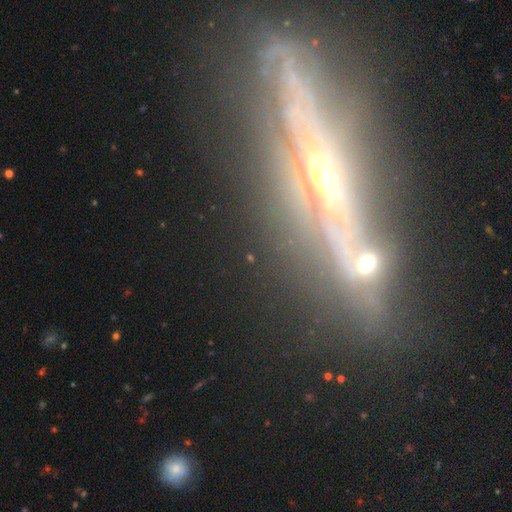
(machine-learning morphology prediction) This appears to be a featured or disk galaxy (59%) viewed edge-on (68%). Merging: none (64%).